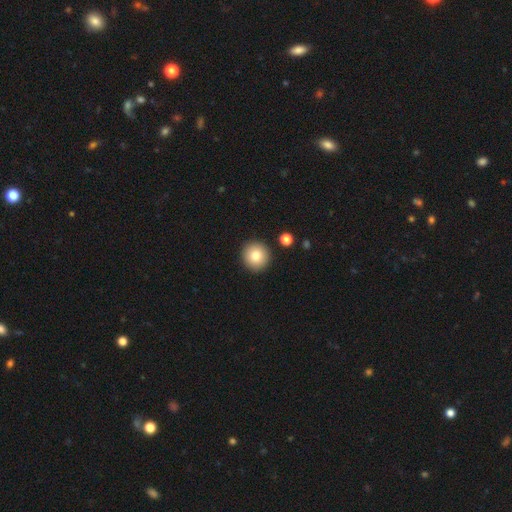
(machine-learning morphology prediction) smooth 80%, featured or disk 10%, star or artifact 10%. Down the decision tree: how rounded — round (95%); merging — none (91%).